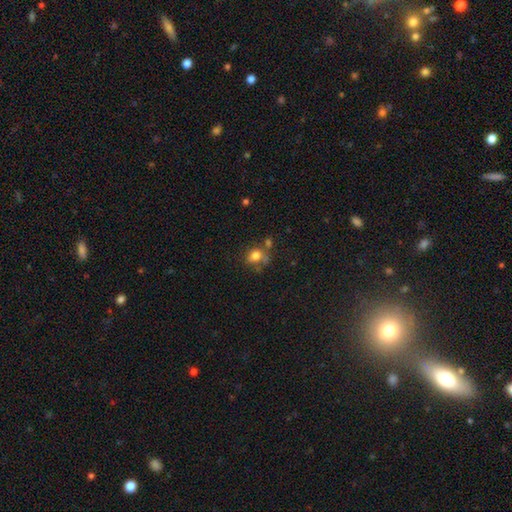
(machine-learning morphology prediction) This is likely a smooth galaxy (76%). How rounded: possibly round (50%). Merging: possibly none (51%).